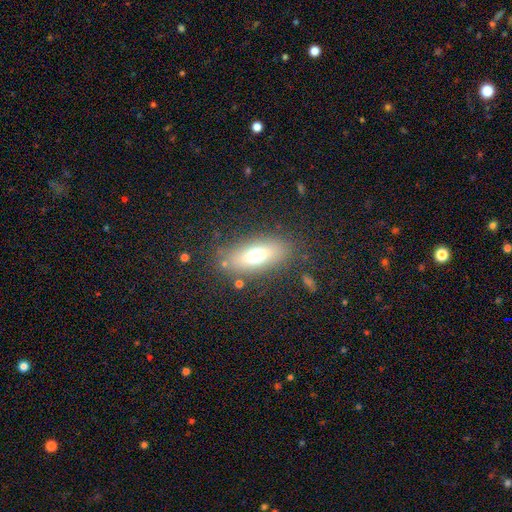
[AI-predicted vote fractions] The model was most divided on "smooth or featured": smooth: 63%, featured or disk: 26%, star or artifact: 11%. More confident: merging — none (79%); how rounded — in between (74%).